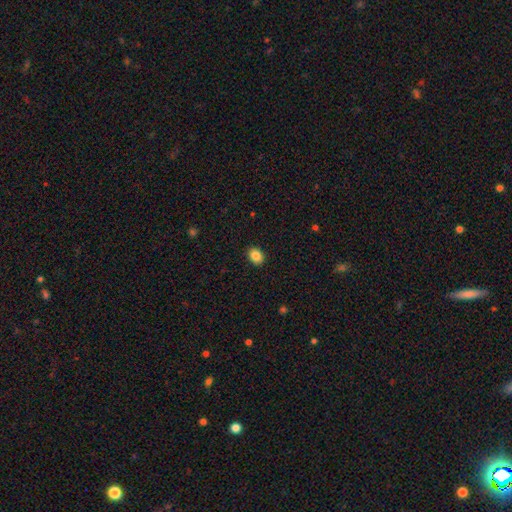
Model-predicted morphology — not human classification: Overall: smooth (86%). How rounded: in between (57%; round 42%). Merging: none (91%).